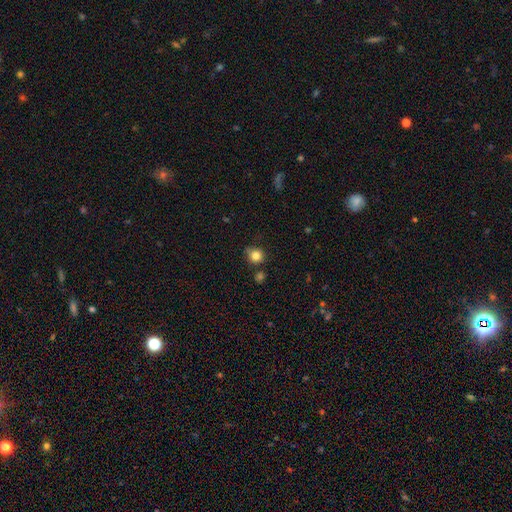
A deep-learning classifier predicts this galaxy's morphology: This appears to be a smooth galaxy with no disk features (83%) that is round (88%). Merging: none (72%).